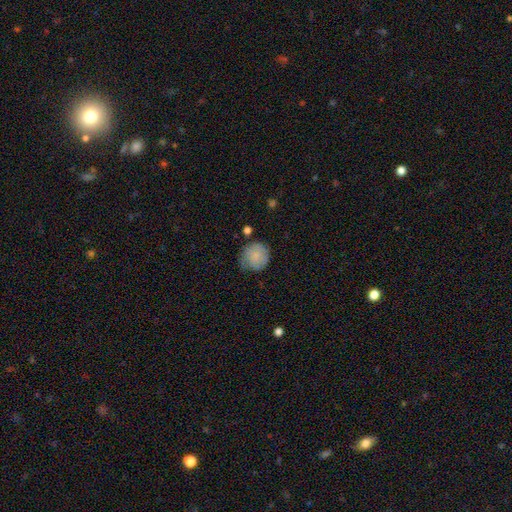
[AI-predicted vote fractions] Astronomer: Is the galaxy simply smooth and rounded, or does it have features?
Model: smooth — 79%.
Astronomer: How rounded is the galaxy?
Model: round — 86%.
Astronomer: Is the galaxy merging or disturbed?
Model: none — 61%.